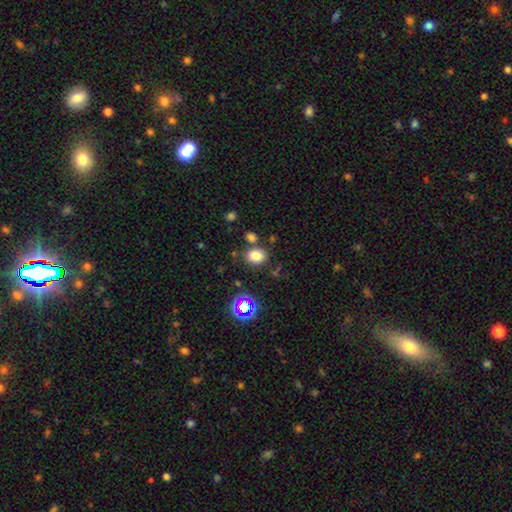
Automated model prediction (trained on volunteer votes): A smooth galaxy with no disk features (78%) that is round (53%).

Vote fractions:
- Smooth or featured? smooth: 78% / star or artifact: 15% / featured or disk: 7%
- How rounded? round: 53% / in between: 46% / cigar-shaped: 1%
- Merging? none: 76% / minor disturbance: 11% / merger: 9% / major disturbance: 4%